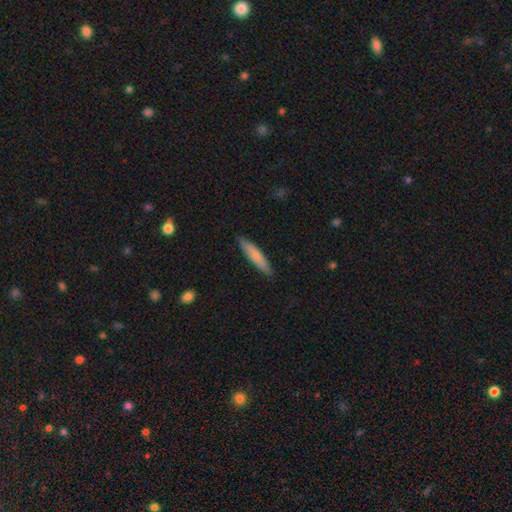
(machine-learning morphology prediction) Q: Smooth or featured?
A: smooth (74%); runner-up: featured or disk (20%)
Q: How rounded?
A: cigar-shaped (88%); runner-up: in between (11%)
Q: Merging?
A: none (87%); runner-up: minor disturbance (10%)